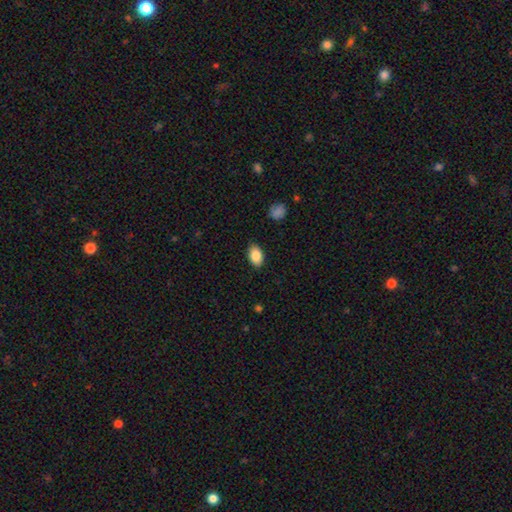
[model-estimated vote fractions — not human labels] Q: Smooth or featured?
A: smooth (86%); runner-up: star or artifact (7%)
Q: How rounded?
A: in between (90%); runner-up: round (8%)
Q: Merging?
A: none (85%); runner-up: minor disturbance (11%)